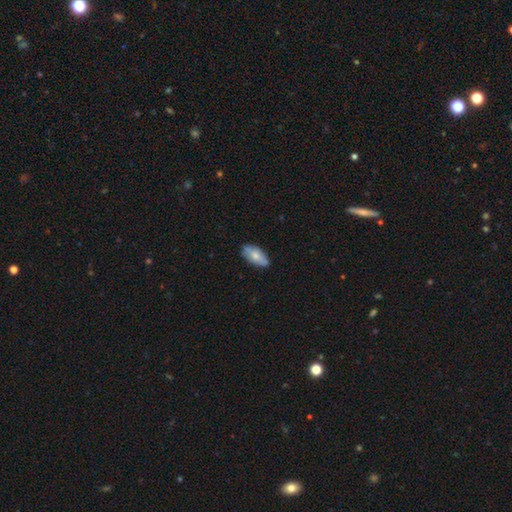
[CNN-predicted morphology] smooth 69%, featured or disk 25%, star or artifact 6%. Down the decision tree: how rounded — in between (91%); merging — none (78%).